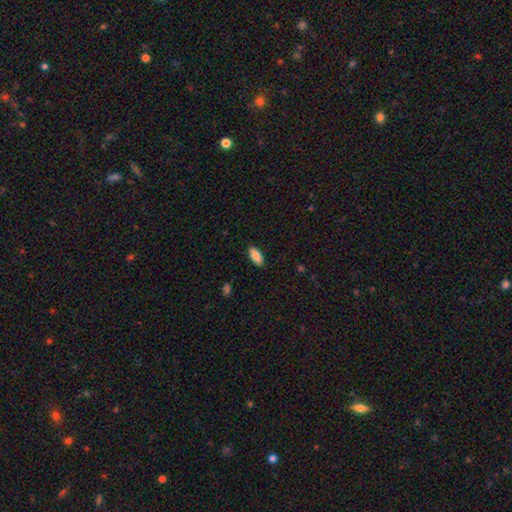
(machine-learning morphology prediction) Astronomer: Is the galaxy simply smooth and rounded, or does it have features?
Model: smooth — 85%.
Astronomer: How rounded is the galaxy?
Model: in between — 87%.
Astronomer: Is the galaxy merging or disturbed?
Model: none — 89%.